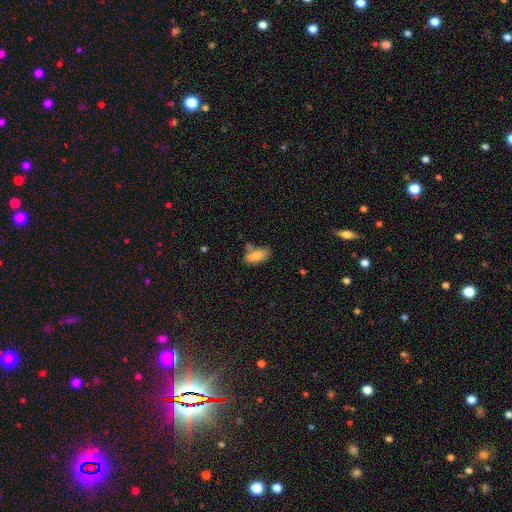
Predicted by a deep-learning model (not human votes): This is likely a smooth galaxy (78%). How rounded: clearly in between (86%). Merging: possibly none (45%).